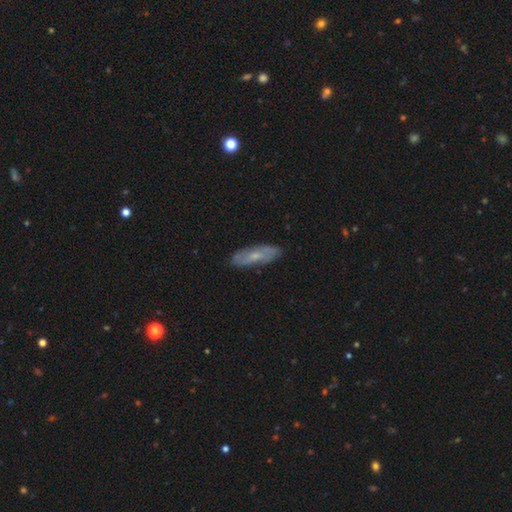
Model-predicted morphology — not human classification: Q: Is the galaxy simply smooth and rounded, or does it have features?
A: featured or disk — 48%.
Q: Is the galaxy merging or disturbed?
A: none — 84%.